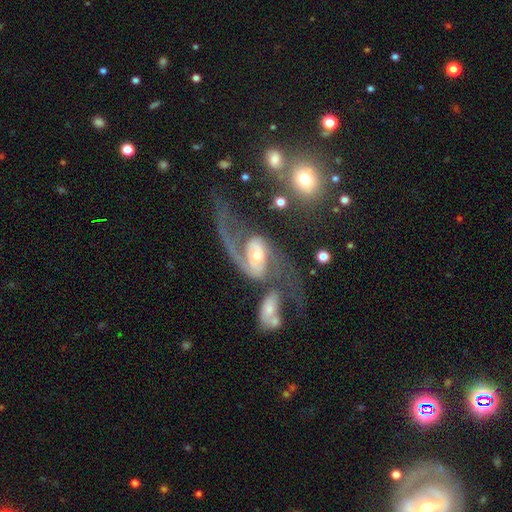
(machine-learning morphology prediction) Smooth or featured? Predicted: featured or disk (p=0.86). Edge-on disk? Predicted: no (p=0.97). Bar? Predicted: weak (p=0.36, tied with no). Spiral arms? Predicted: yes (p=0.95). Spiral winding? Predicted: loose (p=0.57). Spiral arm count? Predicted: 2 (p=0.80). Bulge size? Predicted: moderate (p=0.50). Merging? Predicted: major disturbance (p=0.33).